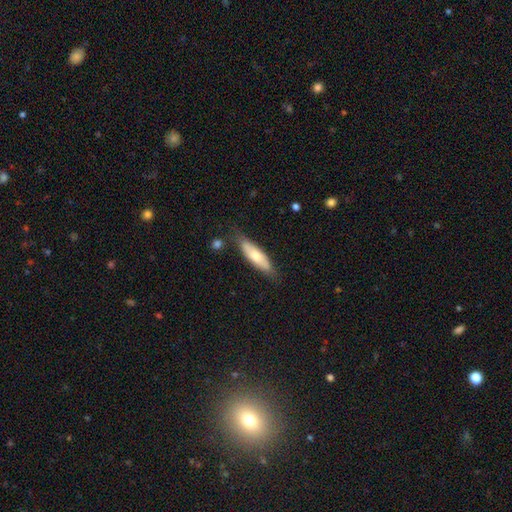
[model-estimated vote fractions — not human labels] Smooth or featured? Predicted: smooth (p=0.63). How rounded? Predicted: cigar-shaped (p=0.55). Merging? Predicted: none (p=0.74).